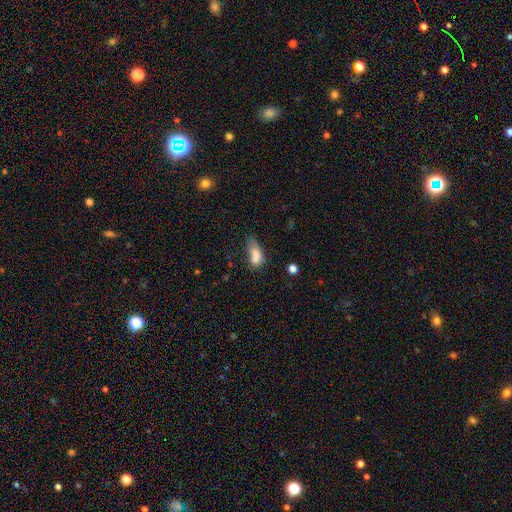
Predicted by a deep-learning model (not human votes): Morphology: type=smooth (73%); roundness=in between (81%); merging=minor disturbance (31%).